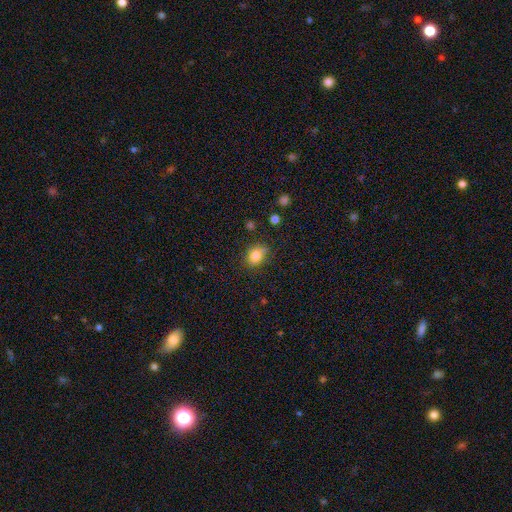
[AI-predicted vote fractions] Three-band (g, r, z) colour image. It shows a smooth galaxy with no disk features (83%) that is in between round and cigar-shaped (59%). Merging: none (73%).